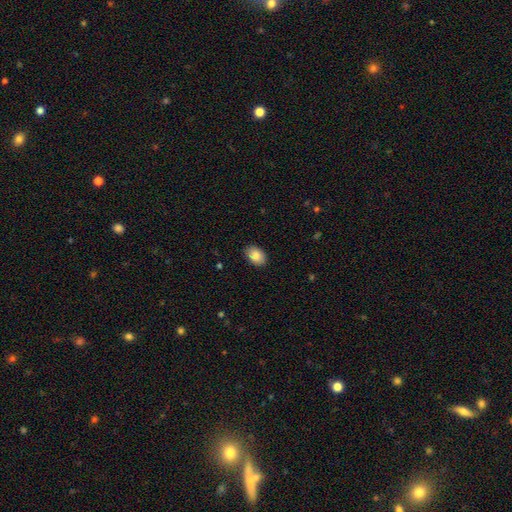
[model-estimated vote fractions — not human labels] Smooth or featured: smooth — 87% (star or artifact — 7%)
How rounded: in between — 84% (round — 15%)
Merging: none — 89% (minor disturbance — 8%)